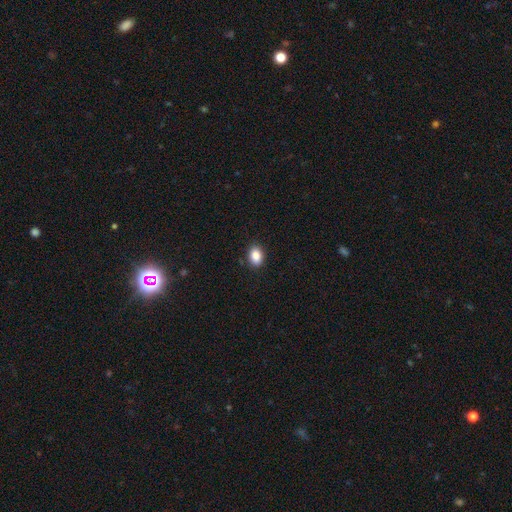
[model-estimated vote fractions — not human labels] This appears to be a smooth galaxy with no disk features (88%) that is in between round and cigar-shaped (76%). Merging: none (88%).